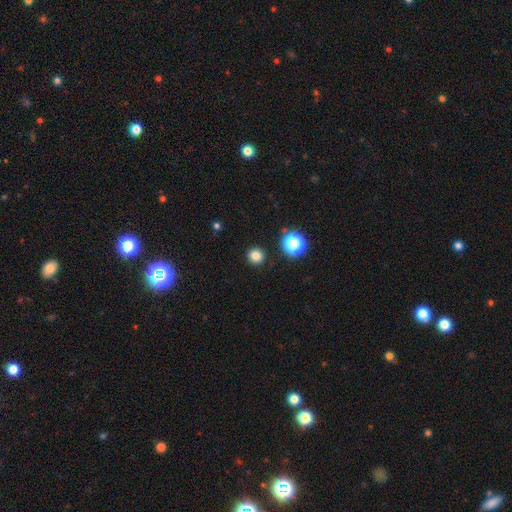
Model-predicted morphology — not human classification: smooth-or-featured: smooth: 80% | star or artifact: 15% | featured or disk: 5%
  how-rounded: round: 93% | in between: 6% | cigar-shaped: 1%
  merging: none: 92% | minor disturbance: 5% | major disturbance: 2% | merger: 1%